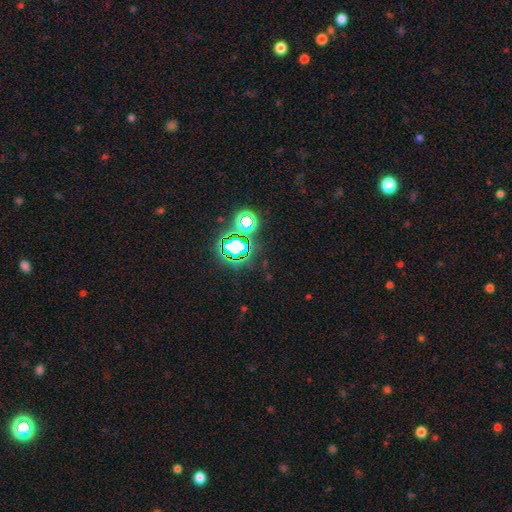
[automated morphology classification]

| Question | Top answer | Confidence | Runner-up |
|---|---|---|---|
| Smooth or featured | star or artifact | 78% | smooth (14%) |